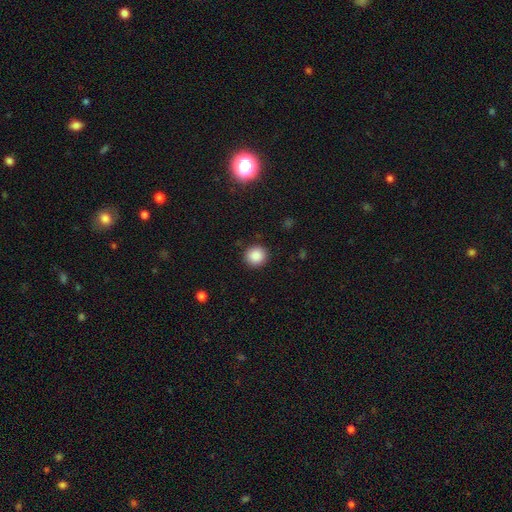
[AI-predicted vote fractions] Smooth or featured? Predicted: smooth (p=0.88). How rounded? Predicted: round (p=0.93). Merging? Predicted: none (p=0.91).